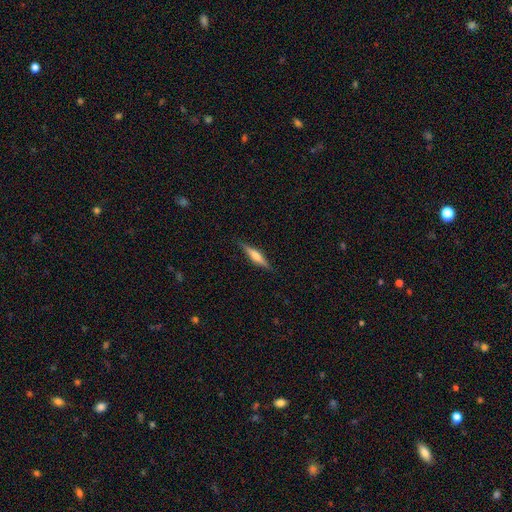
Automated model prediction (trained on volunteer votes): Smooth or featured? featured or disk (56%)
Edge-on disk? yes (96%)
Edge-on bulge? rounded (73%)
Merging? none (88%)